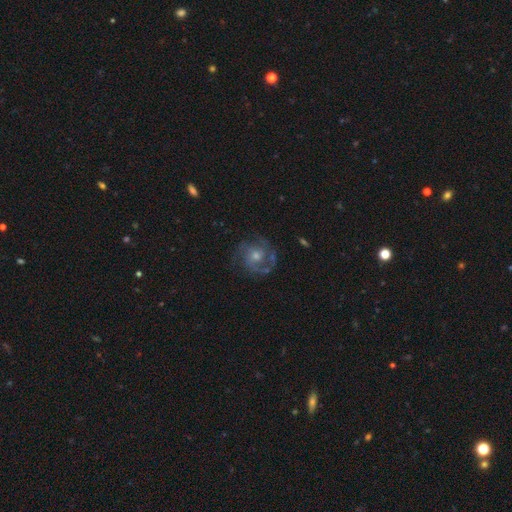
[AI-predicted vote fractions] This is likely a featured or disk galaxy (79%). It is clearly not viewed edge-on (98%). Bar: likely no (72%). Spiral arm pattern: clearly yes (93%). Spiral arm count: marginally 2 (39%). Spiral winding: possibly tight (46%). Central bulge: possibly moderate (54%). Merging: likely none (74%).